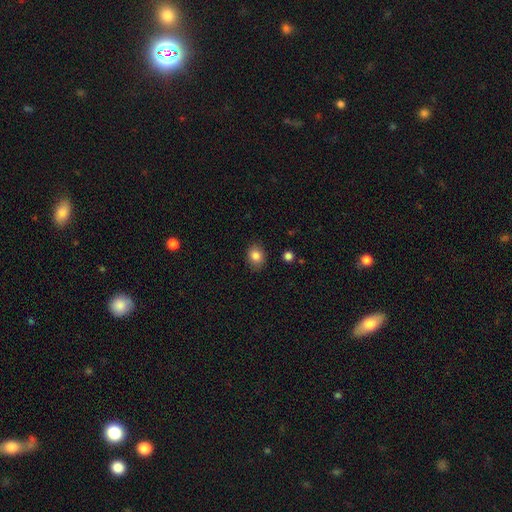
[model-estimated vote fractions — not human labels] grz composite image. It shows a smooth galaxy with no disk features (84%) that is in between round and cigar-shaped (51%). Merging: none (85%).